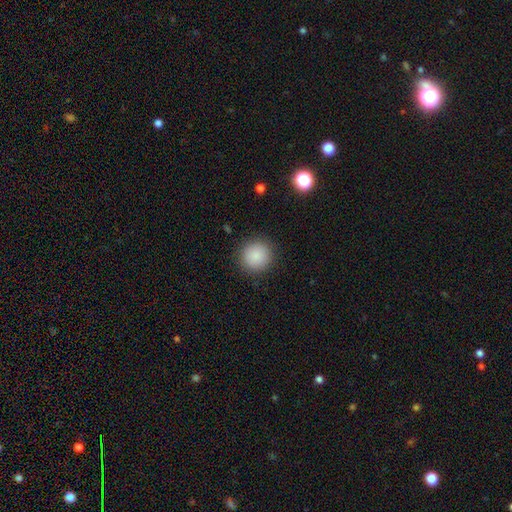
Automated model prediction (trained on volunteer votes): smooth 88%, star or artifact 8%, featured or disk 4%. Down the decision tree: how rounded — round (94%); merging — none (91%).